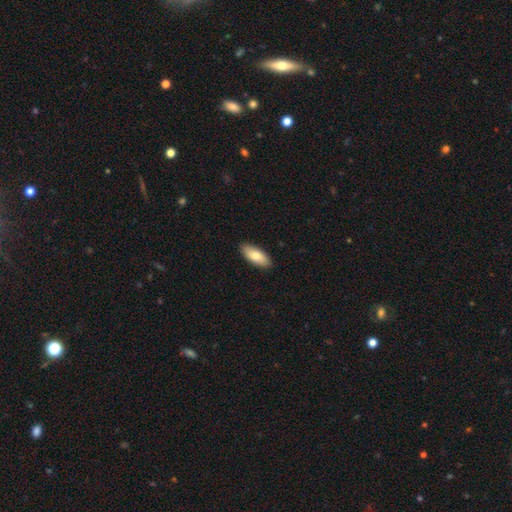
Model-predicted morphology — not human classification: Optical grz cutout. It shows a smooth galaxy with no disk features (81%) that is in between round and cigar-shaped (83%). Merging: none (90%).